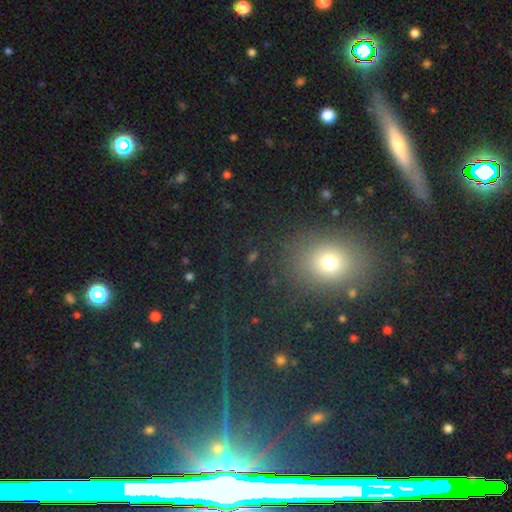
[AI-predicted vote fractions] A smooth galaxy with no disk features (49%).

Vote fractions:
- Smooth or featured? smooth: 49% / star or artifact: 40% / featured or disk: 11%
- Merging? none: 86% / minor disturbance: 8% / major disturbance: 4% / merger: 3%